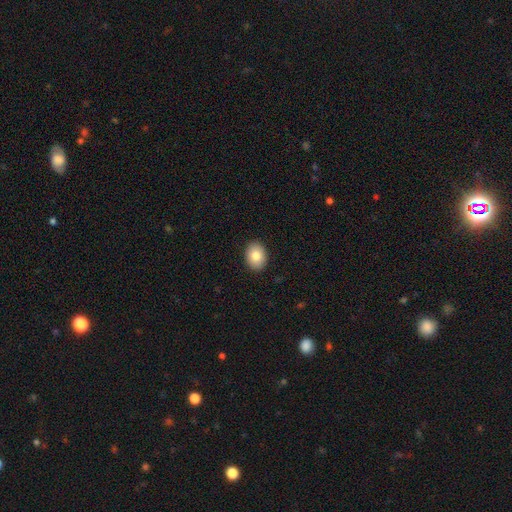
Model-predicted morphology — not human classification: Q: Smooth or featured?
A: smooth (84%); runner-up: featured or disk (9%)
Q: How rounded?
A: in between (71%); runner-up: round (28%)
Q: Merging?
A: none (91%); runner-up: minor disturbance (7%)